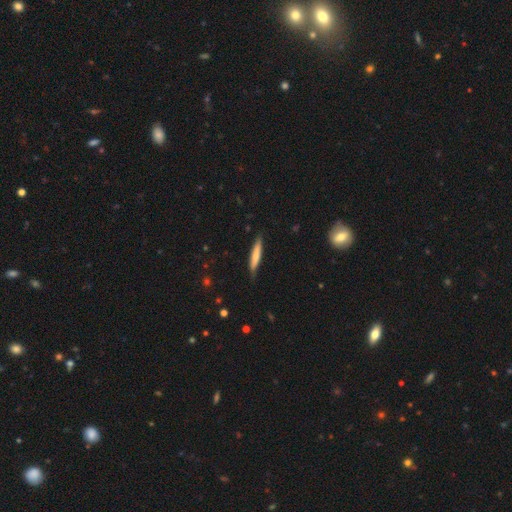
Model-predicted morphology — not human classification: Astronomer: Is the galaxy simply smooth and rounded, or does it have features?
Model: smooth — 67%.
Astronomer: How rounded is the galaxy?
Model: cigar-shaped — 91%.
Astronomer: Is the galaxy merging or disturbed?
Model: none — 84%.